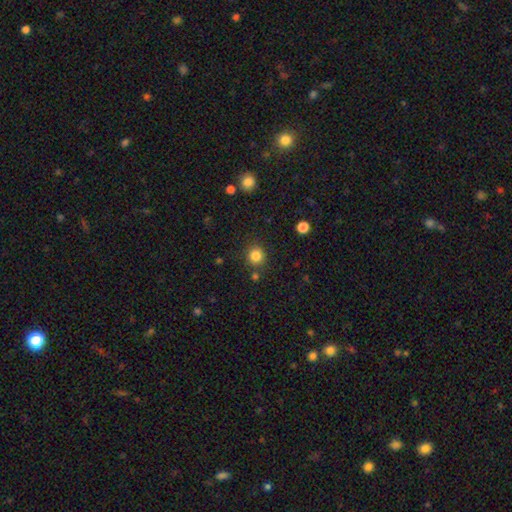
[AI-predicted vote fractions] A smooth galaxy with no disk features (84%) that is round (91%).

Vote fractions:
- Smooth or featured? smooth: 84% / star or artifact: 12% / featured or disk: 4%
- How rounded? round: 91% / in between: 8% / cigar-shaped: 1%
- Merging? none: 84% / minor disturbance: 8% / merger: 5% / major disturbance: 3%